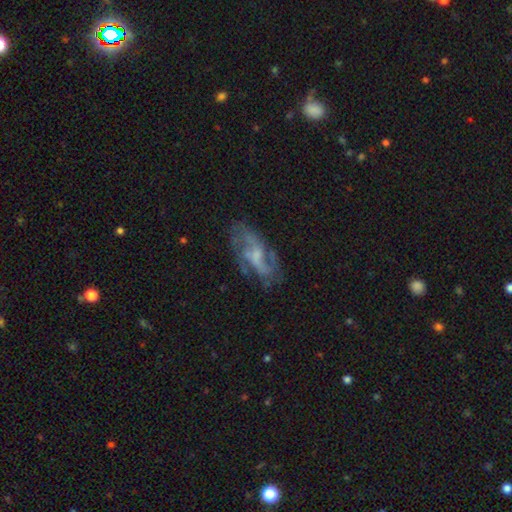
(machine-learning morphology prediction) Smooth or featured: featured or disk — 75% (smooth — 17%)
Edge-on disk: no — 92% (yes — 8%)
Bar: no — 47% (weak — 43%)
Spiral arms: yes — 85% (no — 15%)
Spiral winding: medium — 43% (loose — 37%)
Spiral arm count: 2 — 45% (can't tell — 25%)
Bulge size: small — 45% (moderate — 31%)
Merging: none — 64% (minor disturbance — 20%)